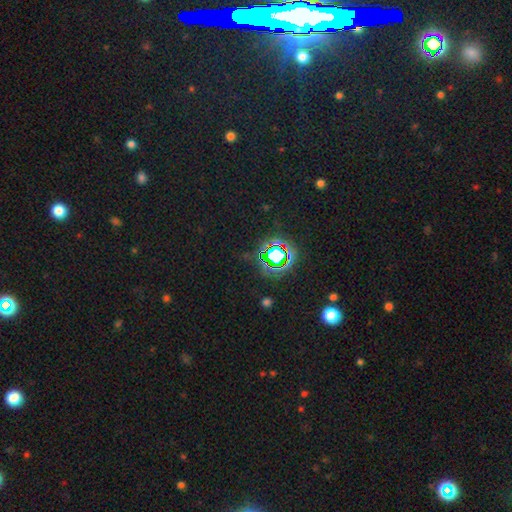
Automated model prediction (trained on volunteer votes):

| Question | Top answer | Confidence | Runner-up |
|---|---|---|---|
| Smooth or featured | star or artifact | 77% | smooth (15%) |